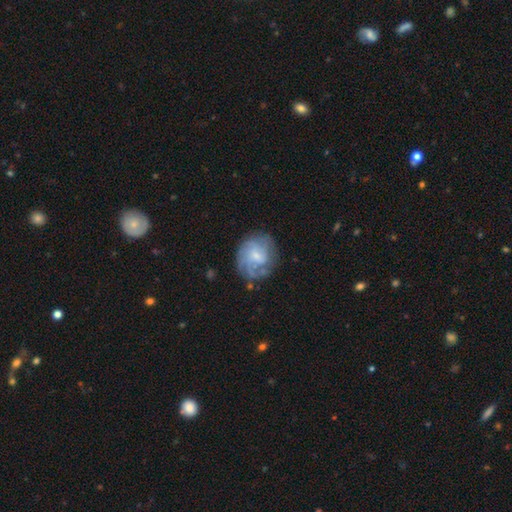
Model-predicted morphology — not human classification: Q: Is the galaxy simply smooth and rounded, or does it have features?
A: featured or disk — 67%.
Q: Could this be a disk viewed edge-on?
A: no — 97%.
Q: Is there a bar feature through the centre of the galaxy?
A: no — 56%.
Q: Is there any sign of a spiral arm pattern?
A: yes — 87%.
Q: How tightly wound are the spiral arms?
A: tight — 49%.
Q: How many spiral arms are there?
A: can't tell — 44%.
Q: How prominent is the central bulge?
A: small — 46%.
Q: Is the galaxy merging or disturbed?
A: none — 68%.